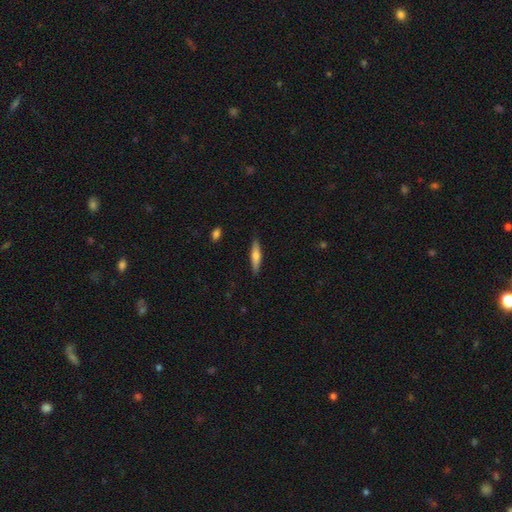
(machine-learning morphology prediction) A smooth galaxy with no disk features (57%) that is cigar-shaped (79%). Merging: none (88%).